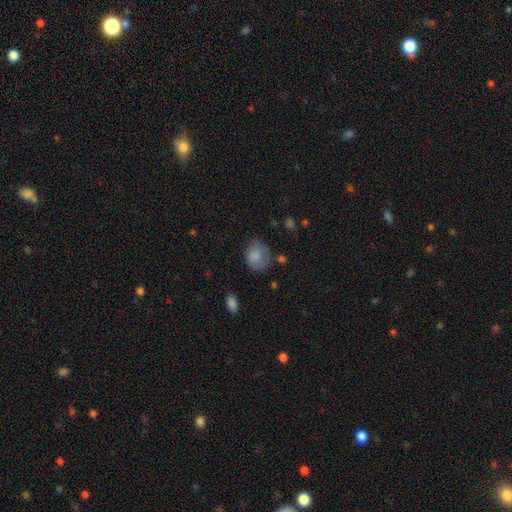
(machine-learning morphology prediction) Smooth or featured?
  - smooth: 78% *
  - featured or disk: 14%
  - star or artifact: 9%
How rounded?
  - round: 57% *
  - in between: 42%
  - cigar-shaped: 1%
Merging?
  - none: 57% *
  - minor disturbance: 28%
  - major disturbance: 13%
  - merger: 3%